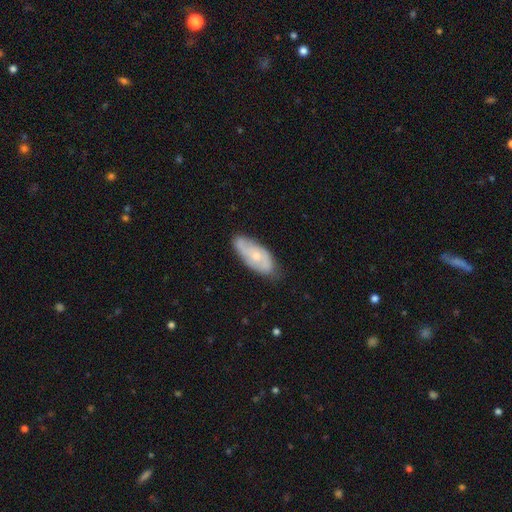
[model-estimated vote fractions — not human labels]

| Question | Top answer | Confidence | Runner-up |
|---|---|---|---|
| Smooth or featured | featured or disk | 58% | smooth (35%) |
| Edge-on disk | no | 90% | yes (10%) |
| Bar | no | 75% | weak (22%) |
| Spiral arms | yes | 80% | no (20%) |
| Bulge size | small | 59% | moderate (36%) |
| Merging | none | 72% | minor disturbance (22%) |